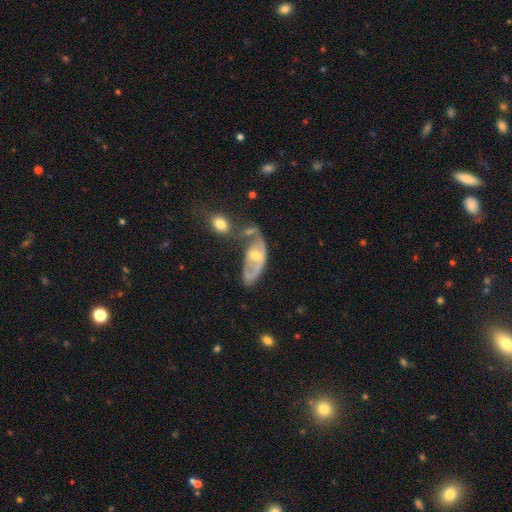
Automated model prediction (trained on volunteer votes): This appears to be a featured or disk galaxy (71%) with no bar (76%), spiral arms (57%) and a moderate central bulge (65%). Merging: merger (29%).